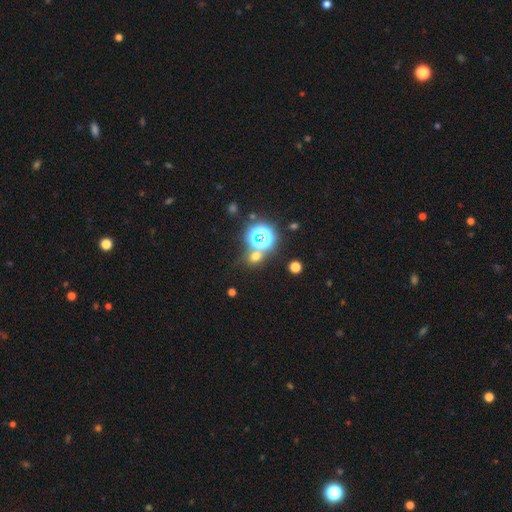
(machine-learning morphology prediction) smooth_or_featured: smooth (p=0.54) [alt: star or artifact p=0.38]
how_rounded: round (p=0.77) [alt: in between p=0.21]
merging: none (p=0.69) [alt: merger p=0.17]